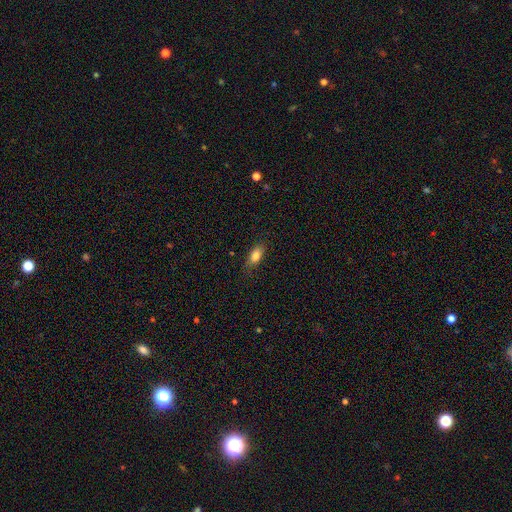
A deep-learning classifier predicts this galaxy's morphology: Q: Smooth or featured?
A: smooth (82%); runner-up: featured or disk (10%)
Q: How rounded?
A: in between (83%); runner-up: cigar-shaped (13%)
Q: Merging?
A: none (78%); runner-up: minor disturbance (16%)